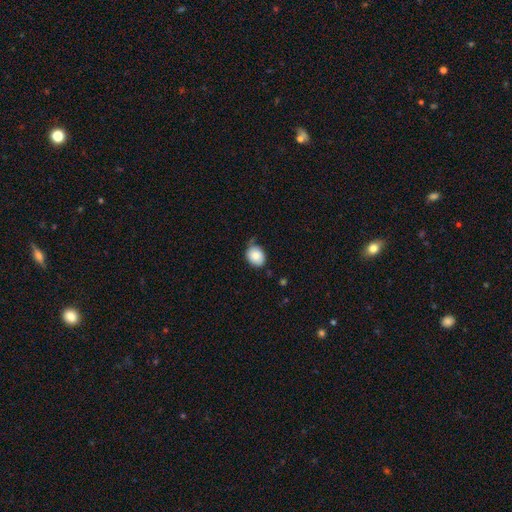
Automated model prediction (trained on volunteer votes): smooth_or_featured: smooth (p=0.84) [alt: featured or disk p=0.08]
how_rounded: in between (p=0.52) [alt: round p=0.47]
merging: none (p=0.61) [alt: minor disturbance p=0.30]